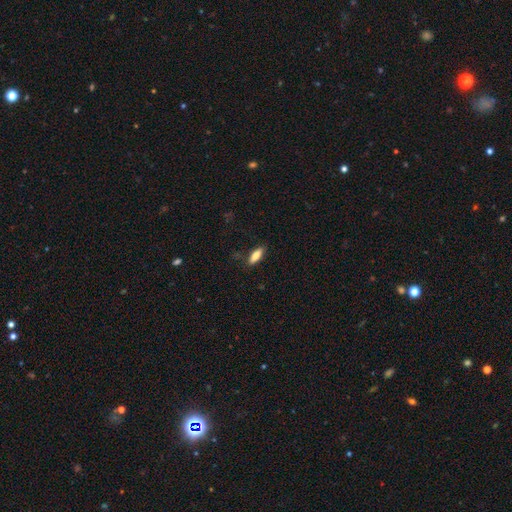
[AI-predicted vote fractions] Morphology: type=smooth (79%); roundness=in between (59%); merging=none (81%).